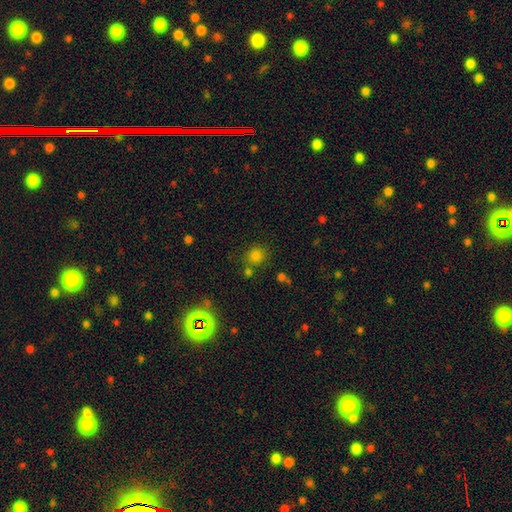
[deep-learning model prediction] Q: Smooth or featured?
A: smooth (78%); runner-up: star or artifact (18%)
Q: How rounded?
A: round (84%); runner-up: in between (15%)
Q: Merging?
A: none (73%); runner-up: minor disturbance (11%)